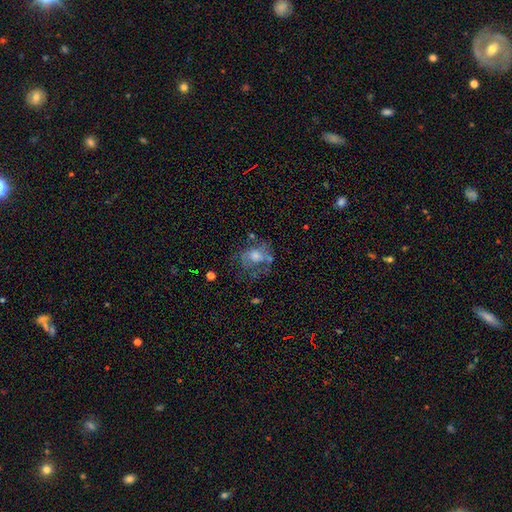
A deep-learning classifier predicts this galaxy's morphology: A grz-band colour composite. It shows a featured or disk galaxy (49%). Merging: none (47%).